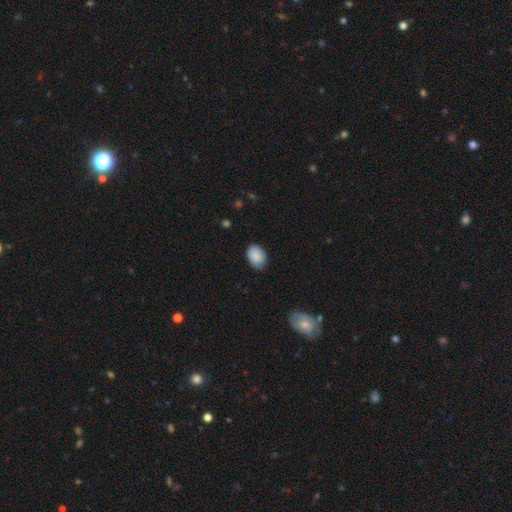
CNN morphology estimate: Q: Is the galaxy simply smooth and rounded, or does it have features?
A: smooth — 88%.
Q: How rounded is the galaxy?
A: in between — 77%.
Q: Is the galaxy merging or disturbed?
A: none — 75%.